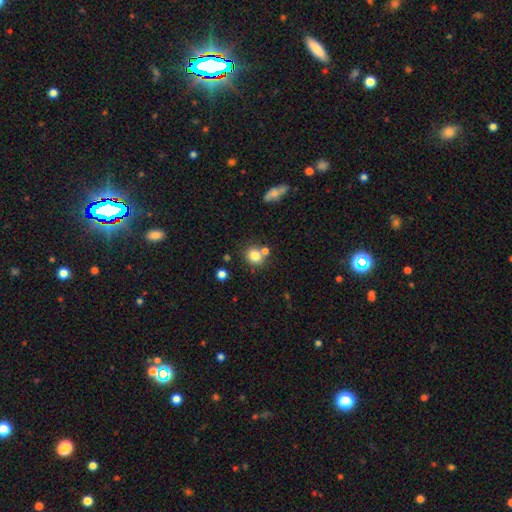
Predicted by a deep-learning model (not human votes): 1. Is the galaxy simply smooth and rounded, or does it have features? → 80% smooth, 12% star or artifact, 8% featured or disk.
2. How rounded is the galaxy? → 79% round, 20% in between, 1% cigar-shaped.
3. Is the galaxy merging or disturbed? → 65% none, 21% merger, 10% minor disturbance, 3% major disturbance.